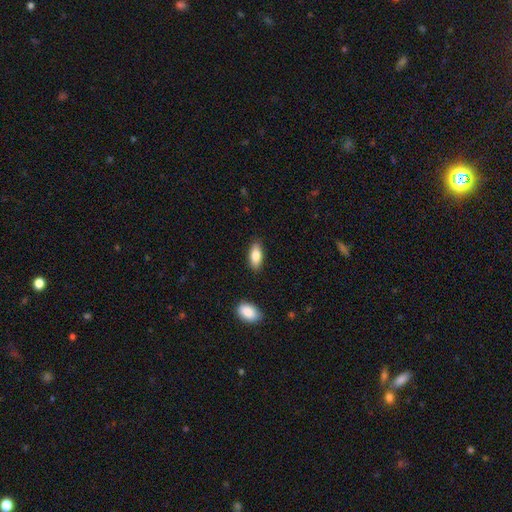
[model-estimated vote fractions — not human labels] A smooth galaxy with no disk features (84%) that is in between round and cigar-shaped (86%).

Vote fractions:
- Smooth or featured? smooth: 84% / featured or disk: 10% / star or artifact: 6%
- How rounded? in between: 86% / cigar-shaped: 12% / round: 3%
- Merging? none: 87% / minor disturbance: 9% / major disturbance: 2% / merger: 2%